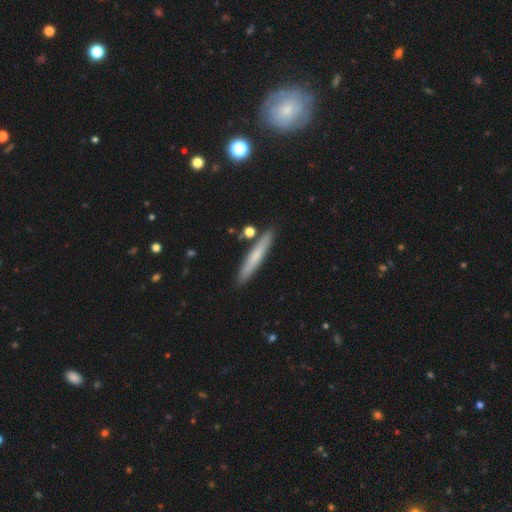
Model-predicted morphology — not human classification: smooth 63%, featured or disk 31%, star or artifact 6%. Down the decision tree: how rounded — cigar-shaped (94%); merging — none (88%).